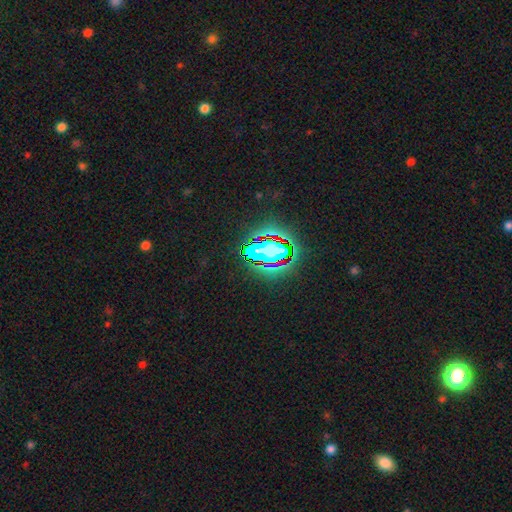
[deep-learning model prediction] This is likely a star or artifact rather than a galaxy (64%).